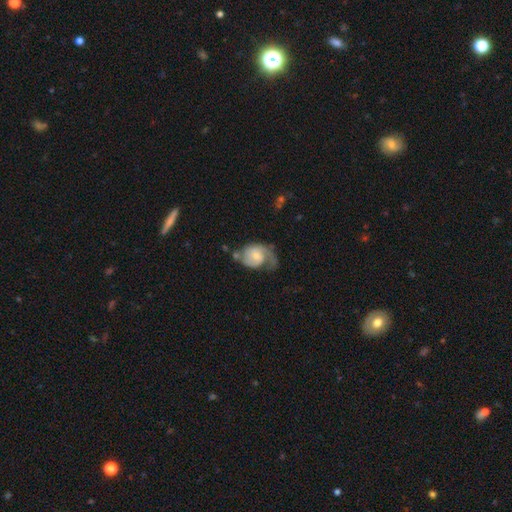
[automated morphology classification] smooth-or-featured: featured or disk: 70% | smooth: 25% | star or artifact: 6%
  disk-edge-on: no: 97% | yes: 3%
    bar: no: 66% | weak: 30% | strong: 5%
    has-spiral-arms: yes: 90% | no: 10%
      spiral-winding: medium: 41% | tight: 31% | loose: 28%
      spiral-arm-count: 2: 48% | 1: 39% | can't tell: 9% | 3: 2% | 4: 1% | more than 4: 1%
    bulge-size: small: 51% | moderate: 40% | none: 4% | large: 3% | dominant: 1%
  merging: none: 38% | major disturbance: 28% | minor disturbance: 27% | merger: 6%